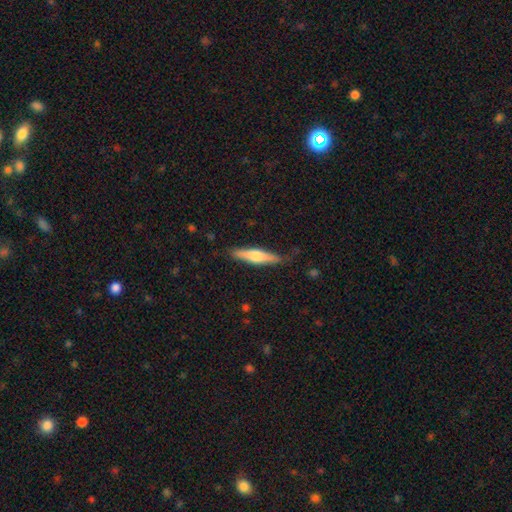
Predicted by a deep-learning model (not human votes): The model was most divided on "smooth or featured": smooth: 51%, featured or disk: 44%, star or artifact: 5%. More confident: merging — none (82%); how rounded — cigar-shaped (81%).